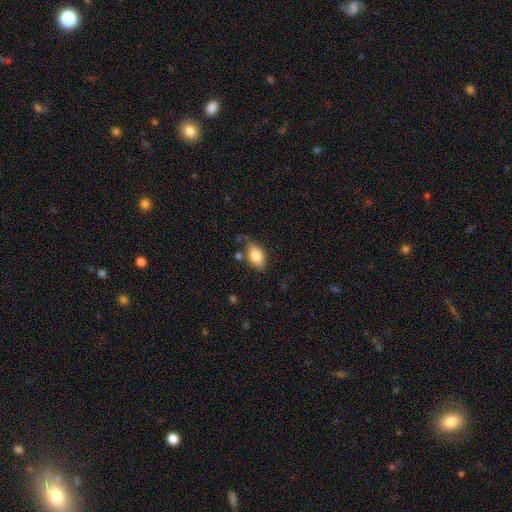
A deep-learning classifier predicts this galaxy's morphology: Q: Smooth or featured?
A: smooth (80%); runner-up: featured or disk (13%)
Q: How rounded?
A: in between (89%); runner-up: round (6%)
Q: Merging?
A: none (67%); runner-up: minor disturbance (21%)